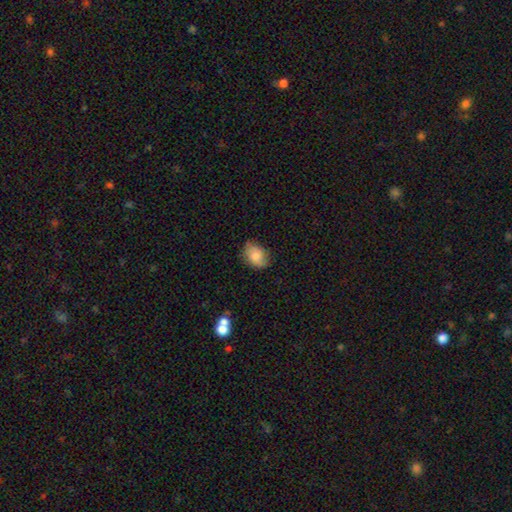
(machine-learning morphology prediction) smooth_or_featured: smooth (p=0.75) [alt: featured or disk p=0.17]
how_rounded: in between (p=0.70) [alt: round p=0.29]
merging: none (p=0.71) [alt: minor disturbance p=0.22]